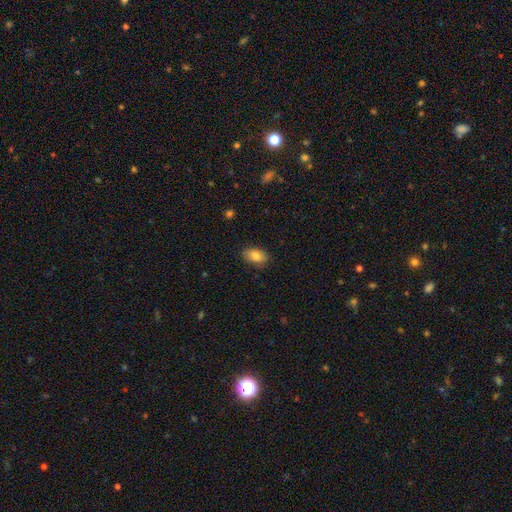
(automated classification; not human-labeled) smooth_or_featured: smooth (p=0.84) [alt: featured or disk p=0.08]
how_rounded: in between (p=0.89) [alt: round p=0.09]
merging: none (p=0.85) [alt: minor disturbance p=0.12]